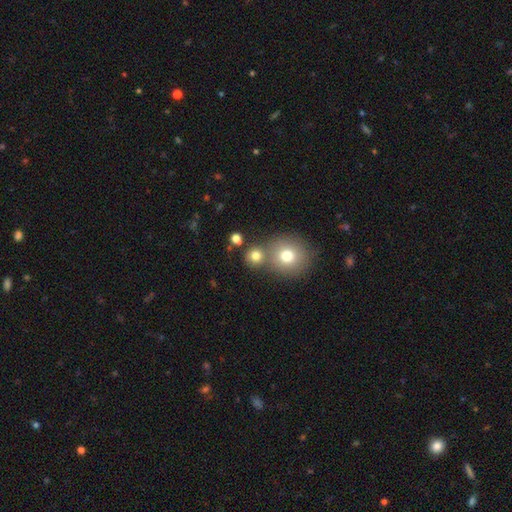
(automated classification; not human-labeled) This is likely a smooth galaxy (79%). How rounded: clearly round (87%). Merging: likely none (61%).